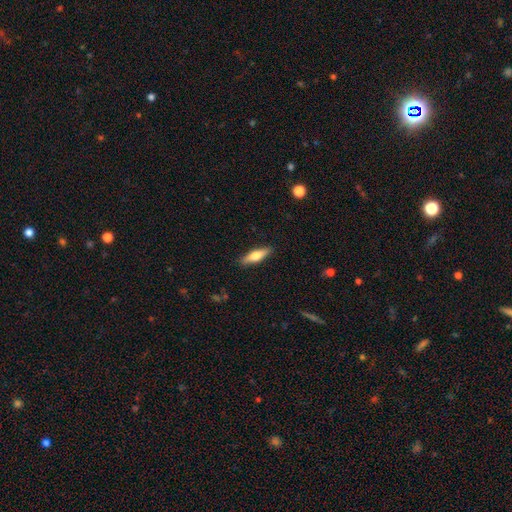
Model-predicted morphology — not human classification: Smooth or featured: smooth — 60% (featured or disk — 34%)
How rounded: cigar-shaped — 60% (in between — 38%)
Merging: none — 89% (minor disturbance — 8%)